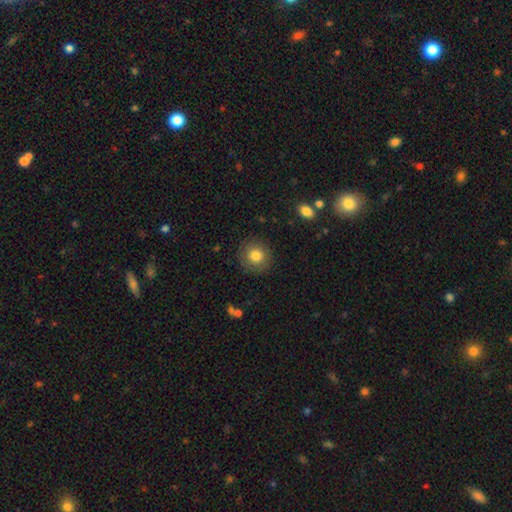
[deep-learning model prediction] The model was most divided on "smooth or featured": smooth: 80%, featured or disk: 10%, star or artifact: 10%. More confident: how rounded — round (92%); merging — none (87%).